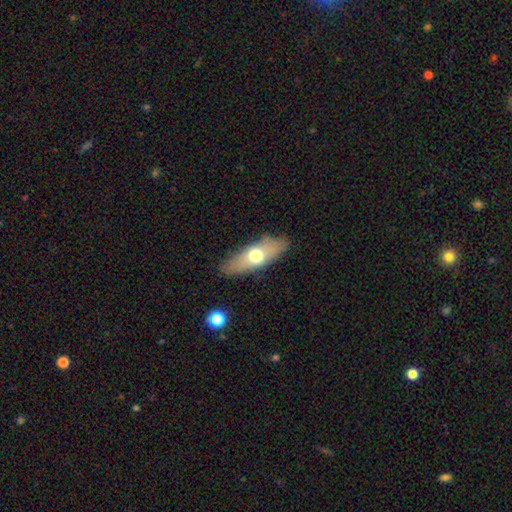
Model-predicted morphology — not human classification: A smooth galaxy with no disk features (59%) that is in between round and cigar-shaped (56%). Merging: none (84%).